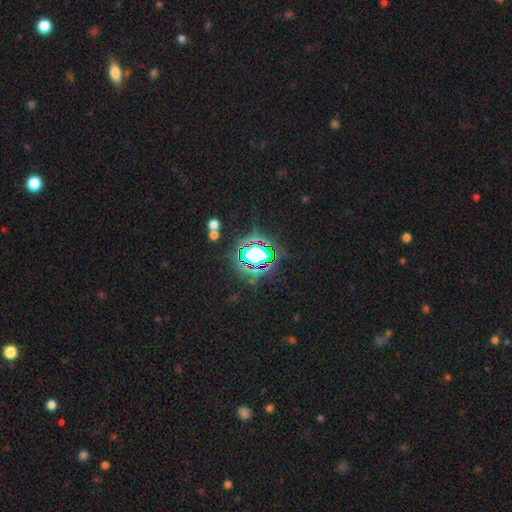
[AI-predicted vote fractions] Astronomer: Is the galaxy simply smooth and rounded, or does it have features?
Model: star or artifact — 69%.